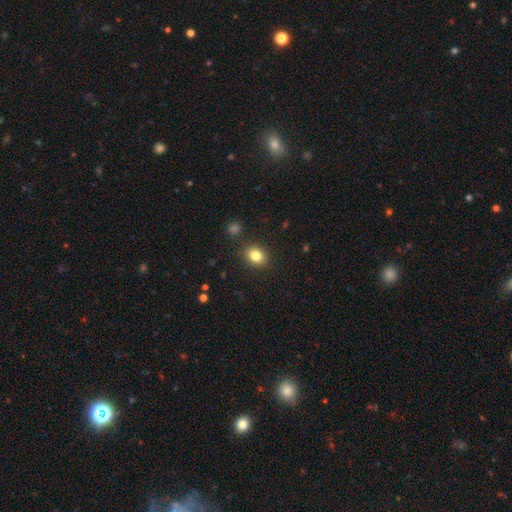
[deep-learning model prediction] smooth 83%, star or artifact 10%, featured or disk 7%. Down the decision tree: how rounded — in between (55%); merging — none (87%).